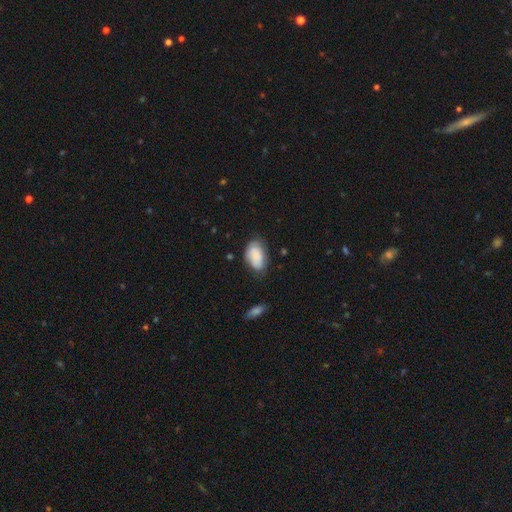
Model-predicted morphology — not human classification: Smooth or featured? Predicted: smooth (p=0.79). How rounded? Predicted: in between (p=0.91). Merging? Predicted: none (p=0.57).